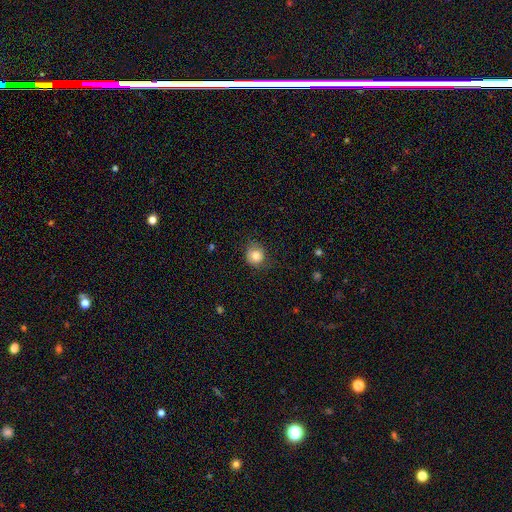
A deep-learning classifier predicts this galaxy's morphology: Overall: smooth (81%). How rounded: round (84%). Merging: none (72%).